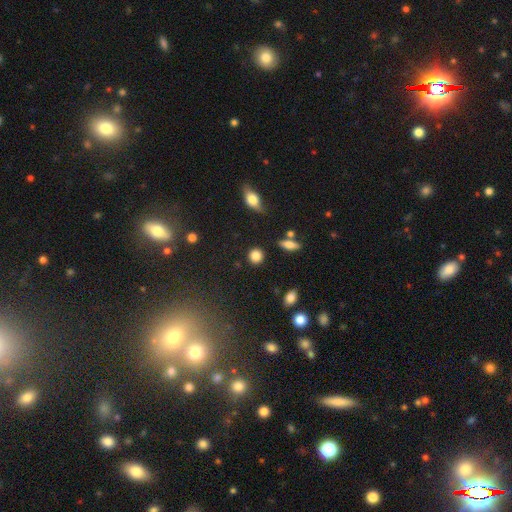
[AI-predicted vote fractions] Smooth or featured? smooth (85%)
How rounded? round (87%)
Merging? none (86%)